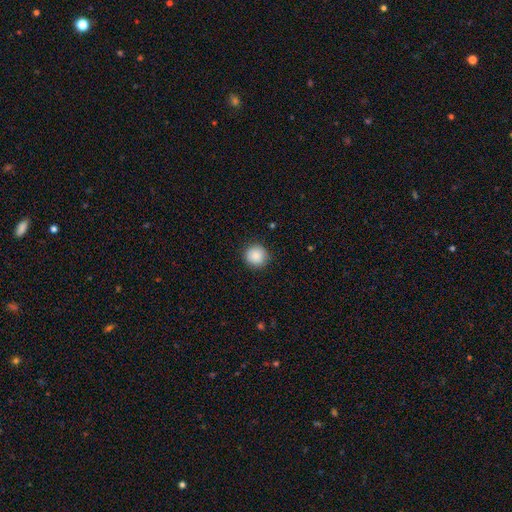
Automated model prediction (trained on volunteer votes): Overall: smooth (88%). How rounded: round (95%). Merging: none (90%).